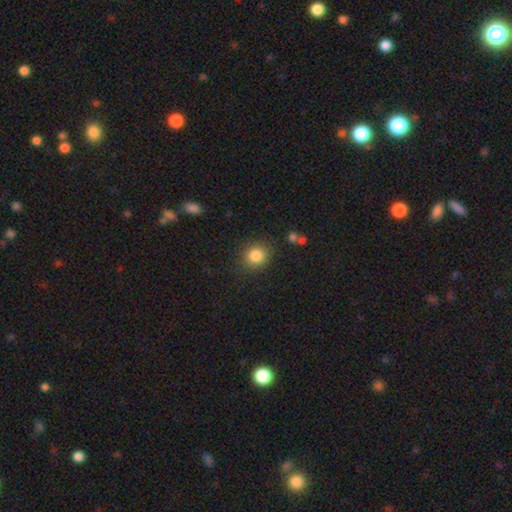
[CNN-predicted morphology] A smooth galaxy with no disk features (85%) that is round (80%). Merging: none (84%).